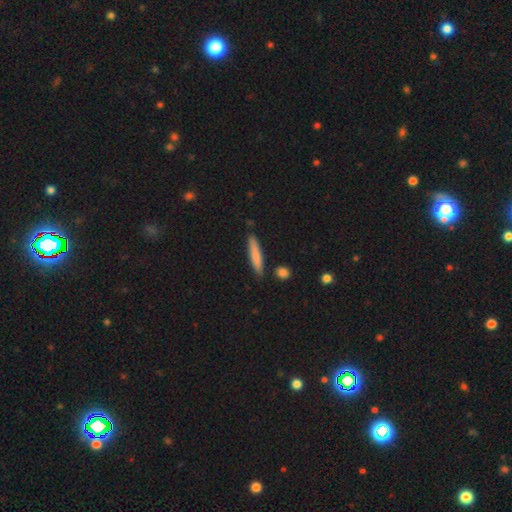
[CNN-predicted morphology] smooth_or_featured: smooth (p=0.78) [alt: featured or disk p=0.17]
how_rounded: cigar-shaped (p=0.90) [alt: in between p=0.08]
merging: none (p=0.85) [alt: minor disturbance p=0.10]